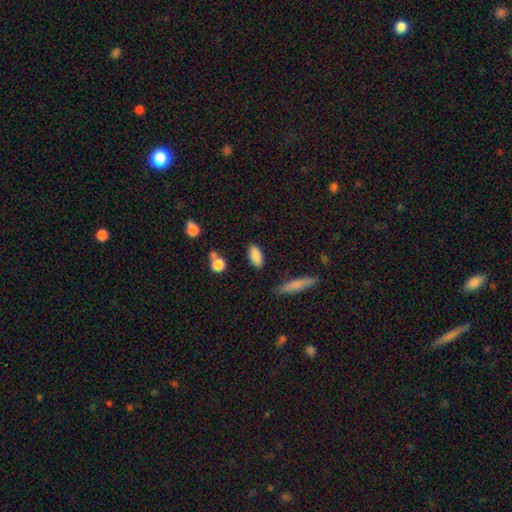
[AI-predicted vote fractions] Smooth or featured? smooth (86%)
How rounded? in between (83%)
Merging? none (83%)